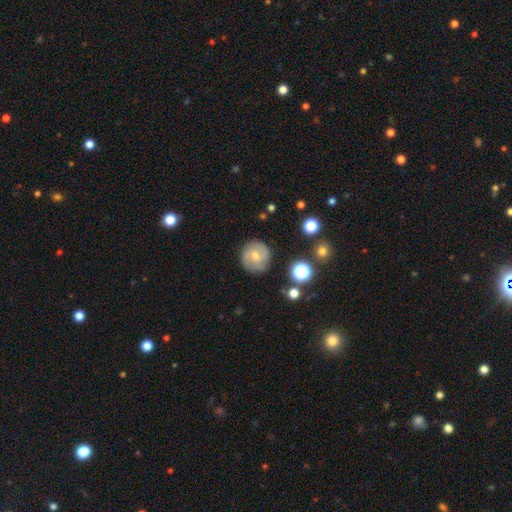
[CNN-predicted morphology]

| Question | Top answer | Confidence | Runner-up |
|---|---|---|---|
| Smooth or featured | featured or disk | 65% | smooth (27%) |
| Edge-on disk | no | 97% | yes (3%) |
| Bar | no | 51% | weak (41%) |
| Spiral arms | yes | 91% | no (9%) |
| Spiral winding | medium | 45% | tight (39%) |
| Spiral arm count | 2 | 64% | can't tell (15%) |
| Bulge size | small | 57% | moderate (38%) |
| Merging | none | 82% | minor disturbance (12%) |